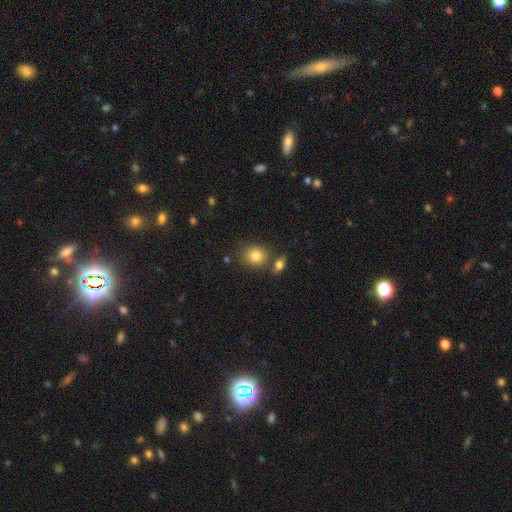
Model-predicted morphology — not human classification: Smooth or featured?
  - smooth: 82% *
  - star or artifact: 9%
  - featured or disk: 8%
How rounded?
  - round: 66% *
  - in between: 33%
  - cigar-shaped: 1%
Merging?
  - none: 67% *
  - merger: 16%
  - minor disturbance: 12%
  - major disturbance: 4%